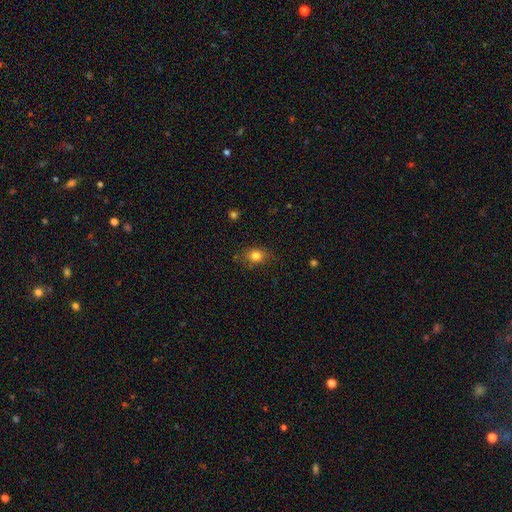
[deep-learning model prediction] Q: Smooth or featured?
A: smooth (81%); runner-up: star or artifact (12%)
Q: How rounded?
A: in between (53%); runner-up: round (45%)
Q: Merging?
A: none (77%); runner-up: minor disturbance (17%)